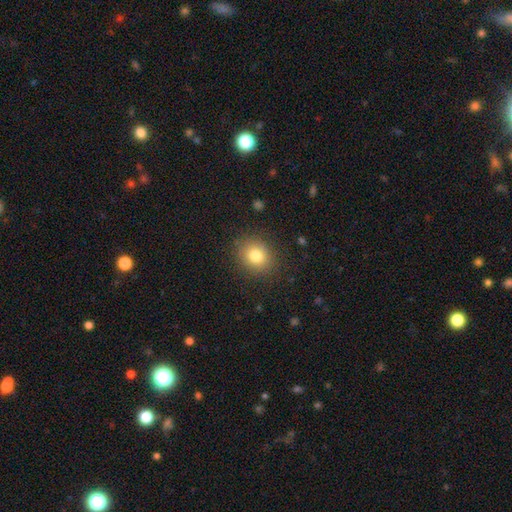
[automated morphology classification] A smooth galaxy with no disk features (80%) that is round (69%).

Vote fractions:
- Smooth or featured? smooth: 80% / star or artifact: 11% / featured or disk: 9%
- How rounded? round: 69% / in between: 30% / cigar-shaped: 1%
- Merging? none: 86% / minor disturbance: 9% / major disturbance: 3% / merger: 1%